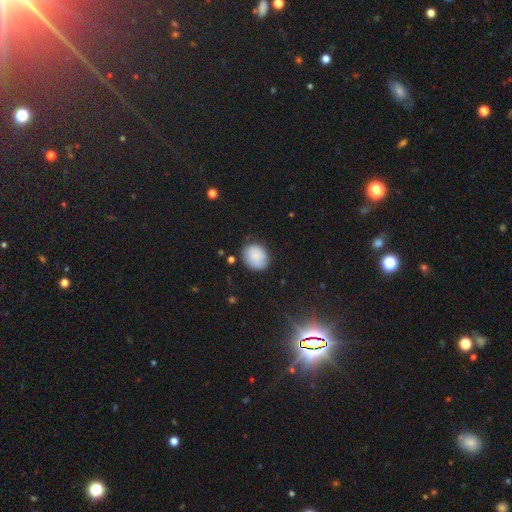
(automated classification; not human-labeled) Smooth or featured? smooth (79%)
How rounded? round (62%)
Merging? none (69%)